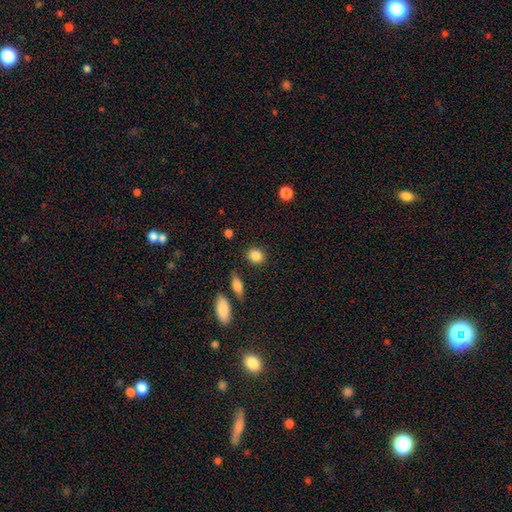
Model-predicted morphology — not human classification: This is clearly a smooth galaxy (86%). How rounded: likely round (73%). Merging: clearly none (86%).